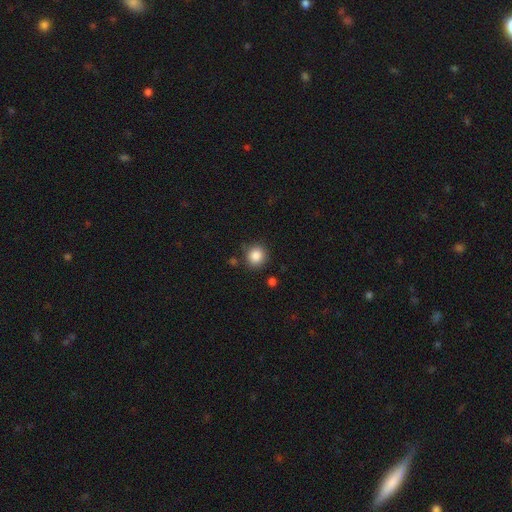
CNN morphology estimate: Smooth or featured: smooth — 86% (star or artifact — 10%)
How rounded: round — 90% (in between — 9%)
Merging: none — 84% (minor disturbance — 10%)